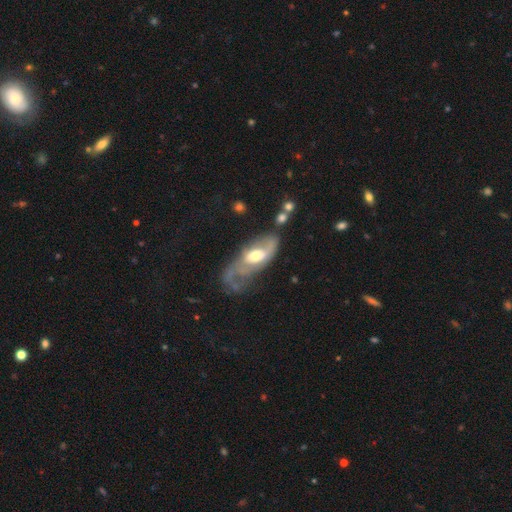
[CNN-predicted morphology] Smooth or featured? featured or disk (67%)
Edge-on disk? no (89%)
Bar? no (48%)
Spiral arms? yes (70%)
Bulge size? moderate (63%)
Merging? major disturbance (38%)